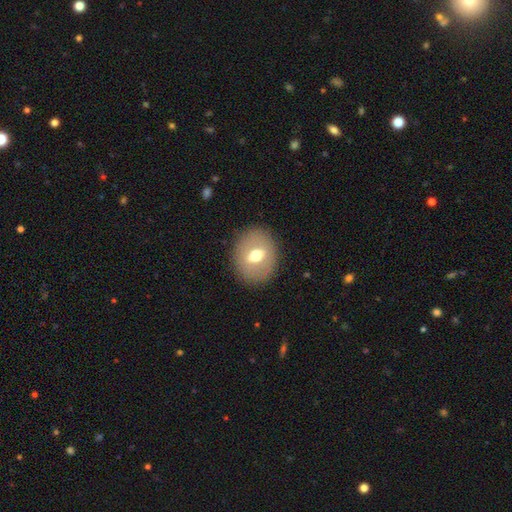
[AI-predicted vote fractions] This appears to be a smooth galaxy with no disk features (55%) that is round (55%). Merging: none (86%).